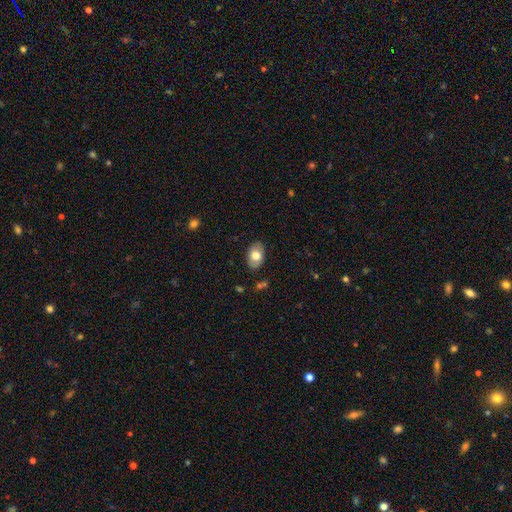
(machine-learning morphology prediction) smooth_or_featured: smooth (p=0.69) [alt: featured or disk p=0.24]
how_rounded: in between (p=0.88) [alt: round p=0.11]
merging: none (p=0.83) [alt: minor disturbance p=0.12]